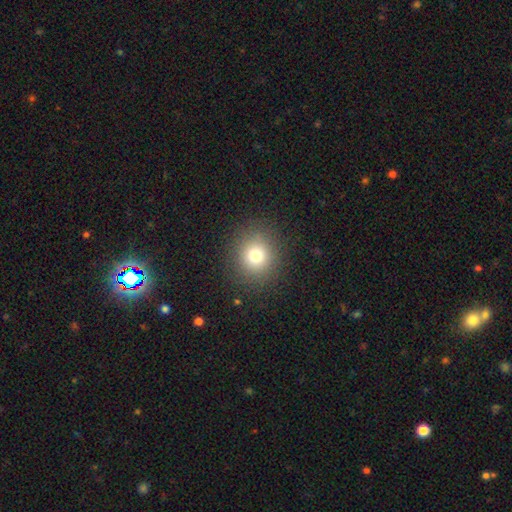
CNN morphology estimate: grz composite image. It shows a smooth galaxy with no disk features (76%) that is round (88%). Merging: none (88%).